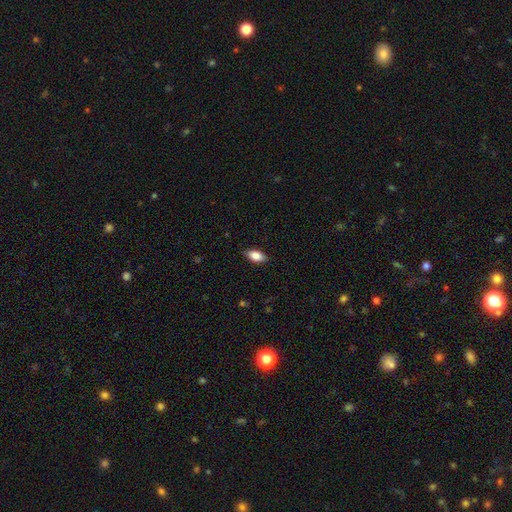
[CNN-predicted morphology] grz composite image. It shows a smooth galaxy with no disk features (84%) that is in between round and cigar-shaped (90%). Merging: none (86%).